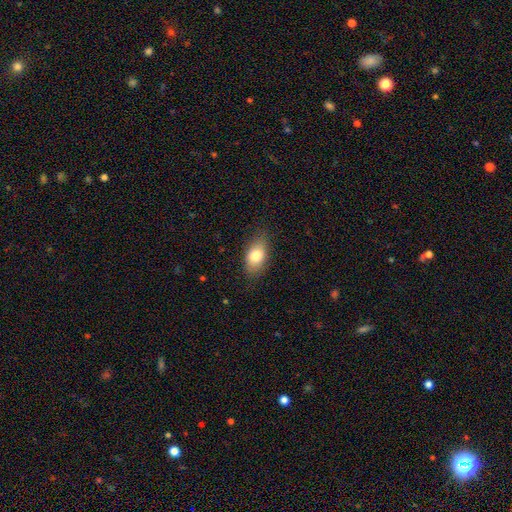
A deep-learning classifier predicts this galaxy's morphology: This appears to be a smooth galaxy with no disk features (79%) that is in between round and cigar-shaped (87%). Merging: none (80%).